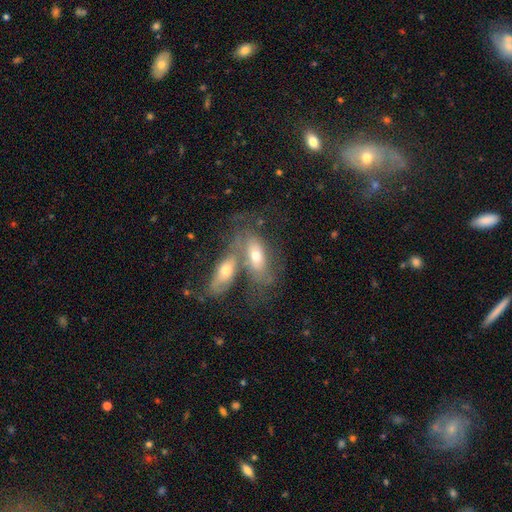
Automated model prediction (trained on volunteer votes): featured or disk 50%, smooth 43%, star or artifact 7%. Down the decision tree: edge-on disk — no (79%); merging — merger (56%).